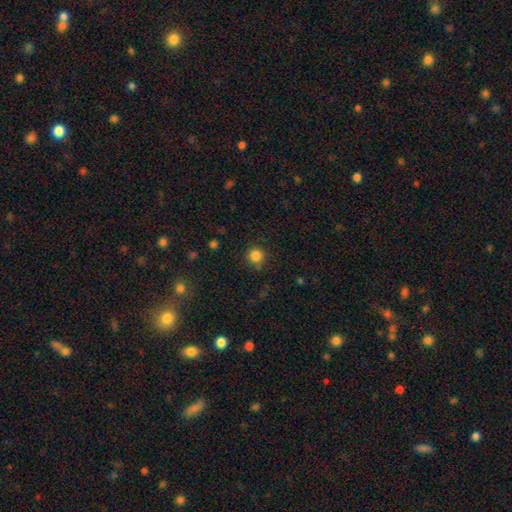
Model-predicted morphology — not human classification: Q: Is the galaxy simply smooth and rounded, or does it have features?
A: smooth — 84%.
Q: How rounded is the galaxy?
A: round — 93%.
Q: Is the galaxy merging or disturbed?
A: none — 85%.